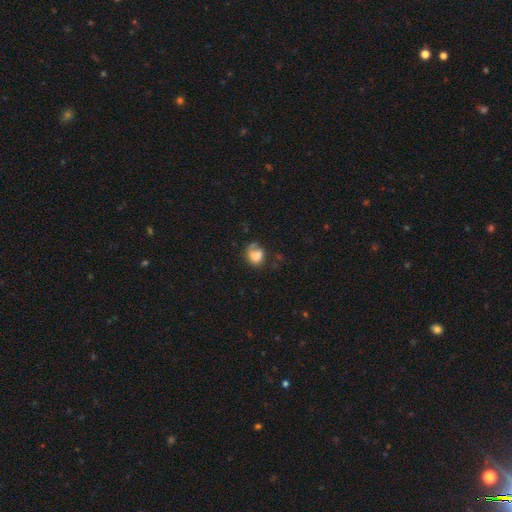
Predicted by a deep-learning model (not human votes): A smooth galaxy with no disk features (74%) that is round (57%).

Vote fractions:
- Smooth or featured? smooth: 74% / featured or disk: 16% / star or artifact: 10%
- How rounded? round: 57% / in between: 42% / cigar-shaped: 1%
- Merging? none: 38% / minor disturbance: 27% / major disturbance: 23% / merger: 12%